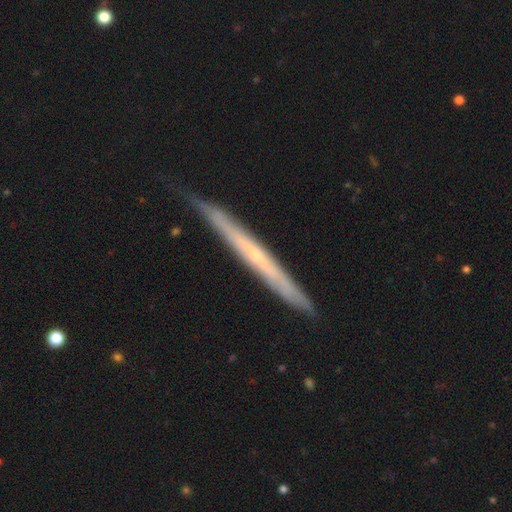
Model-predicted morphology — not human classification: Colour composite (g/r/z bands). It shows a featured or disk galaxy (70%) viewed edge-on (93%) with no central bulge (63%). Merging: none (83%).